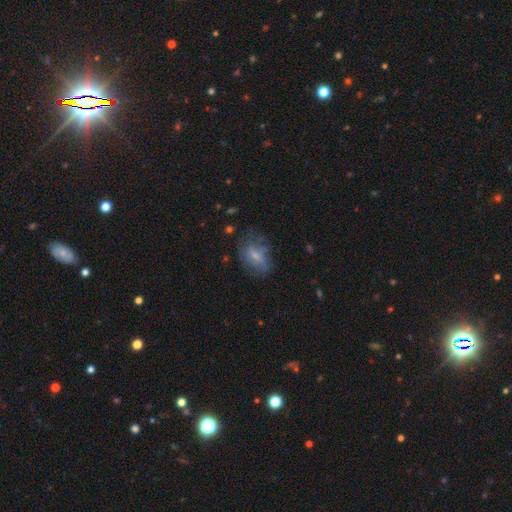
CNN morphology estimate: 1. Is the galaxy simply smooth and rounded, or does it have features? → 45% featured or disk, 44% smooth, 11% star or artifact.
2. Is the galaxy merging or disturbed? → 53% none, 25% minor disturbance, 19% major disturbance, 3% merger.